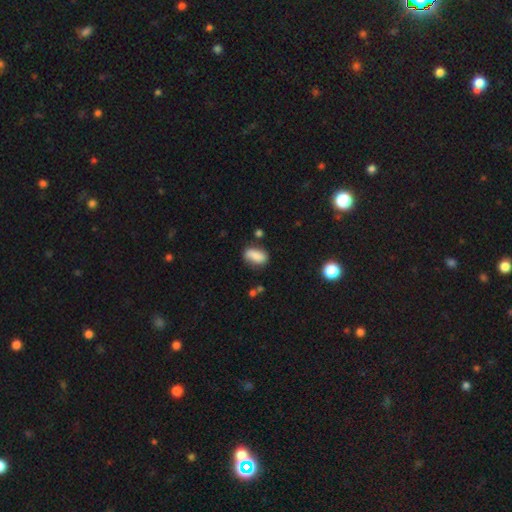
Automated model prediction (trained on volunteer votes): Smooth or featured? smooth (83%)
How rounded? in between (86%)
Merging? none (66%)